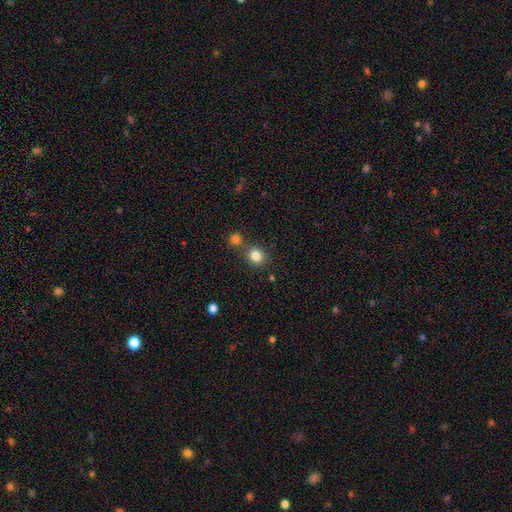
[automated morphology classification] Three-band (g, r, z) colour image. It shows a smooth galaxy with no disk features (83%) that is round (87%). Merging: none (73%).